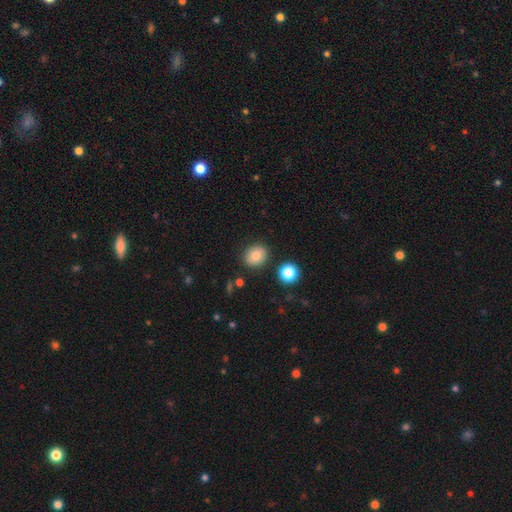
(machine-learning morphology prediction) The model was most divided on "how rounded": round: 66%, in between: 33%, cigar-shaped: 1%. More confident: merging — none (86%); smooth or featured — smooth (81%).